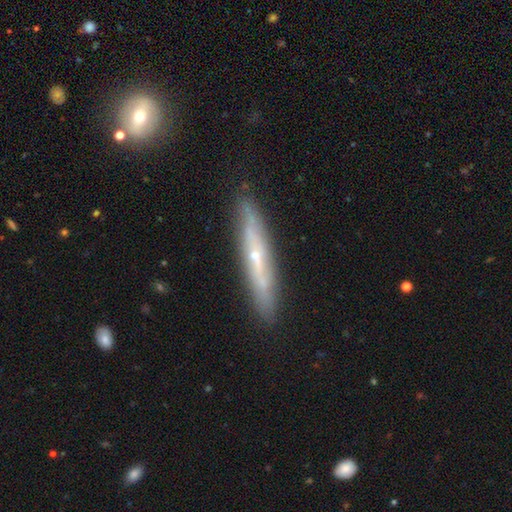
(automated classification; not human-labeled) Morphology: type=featured or disk (68%); edge-on=yes (78%); edge-on bulge=rounded (64%); merging=none (85%).